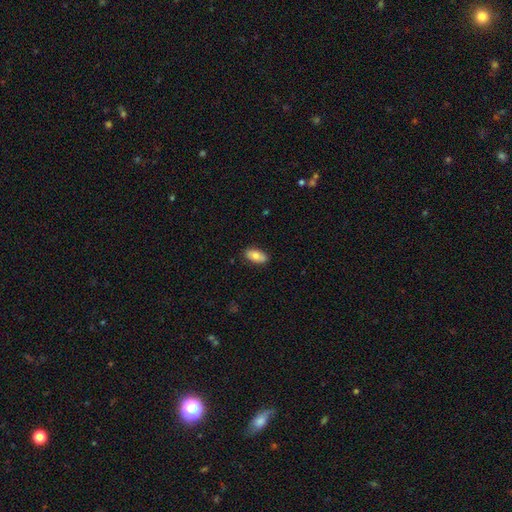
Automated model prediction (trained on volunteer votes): smooth-or-featured: smooth: 78% | featured or disk: 16% | star or artifact: 6%
  how-rounded: in between: 92% | cigar-shaped: 6% | round: 3%
  merging: none: 86% | minor disturbance: 11% | major disturbance: 2% | merger: 1%